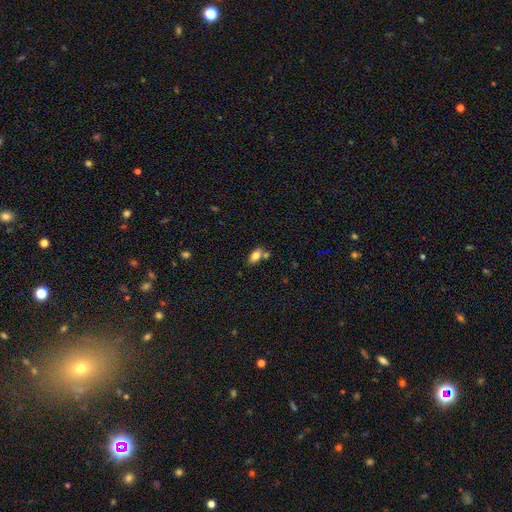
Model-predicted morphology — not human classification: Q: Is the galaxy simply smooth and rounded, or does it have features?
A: smooth — 79%.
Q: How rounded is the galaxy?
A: in between — 89%.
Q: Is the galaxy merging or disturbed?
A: none — 61%.